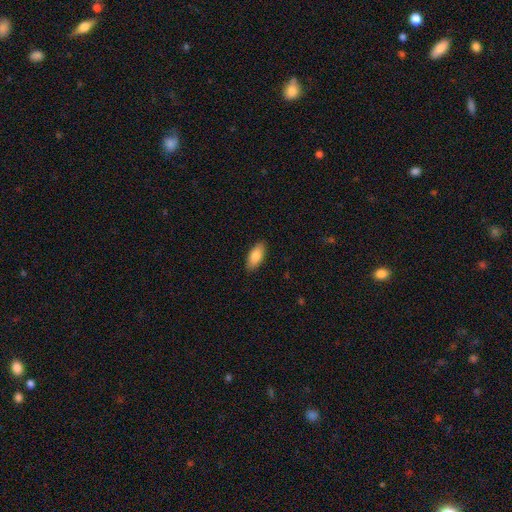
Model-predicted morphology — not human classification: A smooth galaxy with no disk features (84%) that is in between round and cigar-shaped (87%). Merging: none (88%).